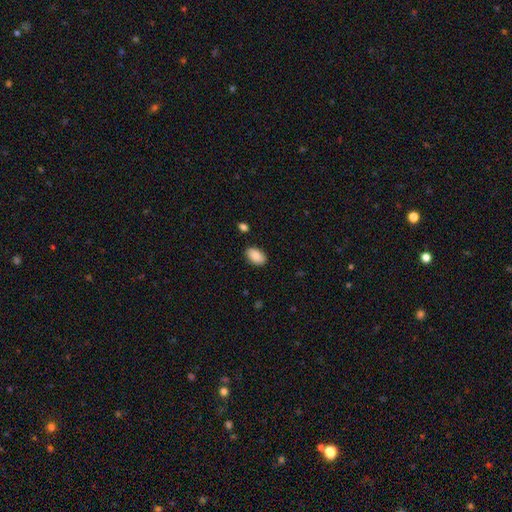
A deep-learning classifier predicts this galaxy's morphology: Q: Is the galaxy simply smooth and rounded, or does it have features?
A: smooth — 87%.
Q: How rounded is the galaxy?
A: in between — 91%.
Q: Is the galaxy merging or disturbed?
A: none — 86%.